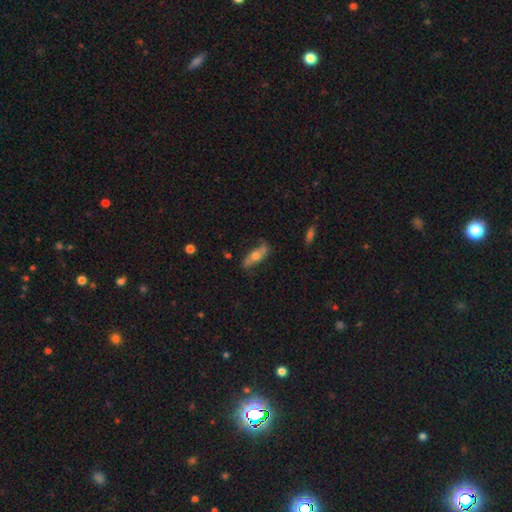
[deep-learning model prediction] The model was most divided on "smooth or featured" (2-way tie): featured or disk: 46%, smooth: 46%, star or artifact: 7%. More confident: merging — none (69%).